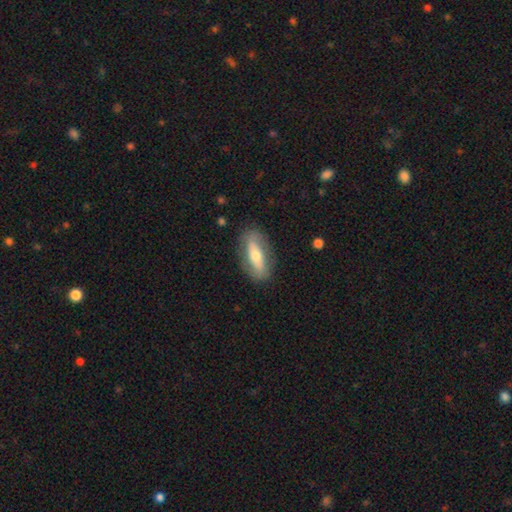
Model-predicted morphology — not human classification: Smooth or featured? featured or disk (48%)
Merging? none (82%)